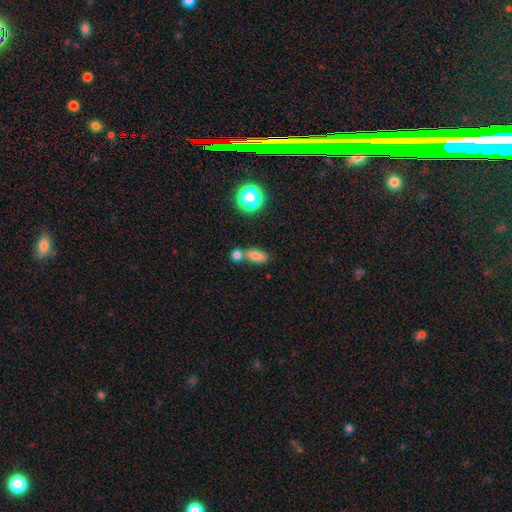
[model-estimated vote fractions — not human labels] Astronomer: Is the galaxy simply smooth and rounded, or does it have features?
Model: smooth — 77%.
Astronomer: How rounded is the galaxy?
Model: in between — 76%.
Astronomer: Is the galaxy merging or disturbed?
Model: none — 48% (runner-up: merger, 38%).